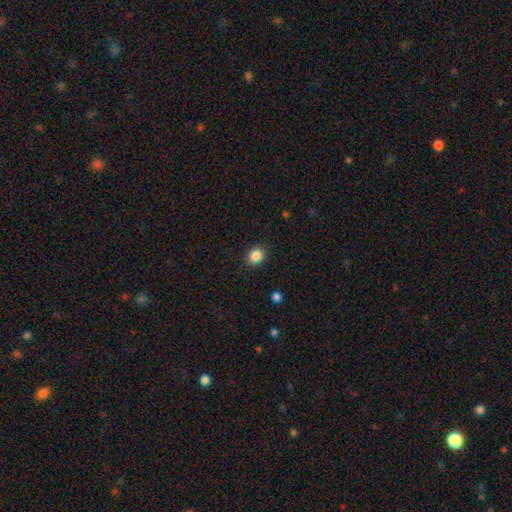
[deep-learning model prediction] A smooth galaxy with no disk features (86%) that is round (66%). Merging: none (89%).